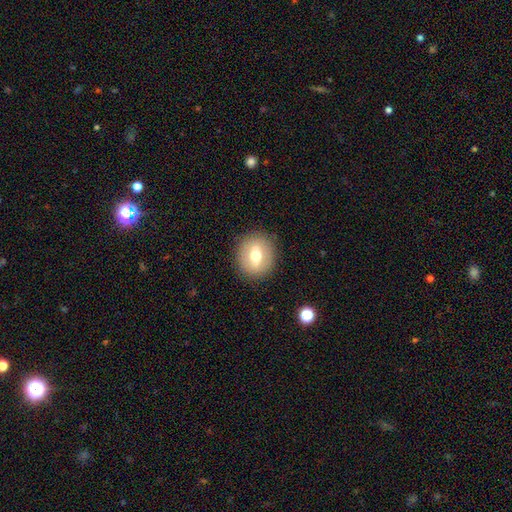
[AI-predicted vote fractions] smooth 55%, featured or disk 36%, star or artifact 9%. Down the decision tree: how rounded — round (73%); merging — none (88%).